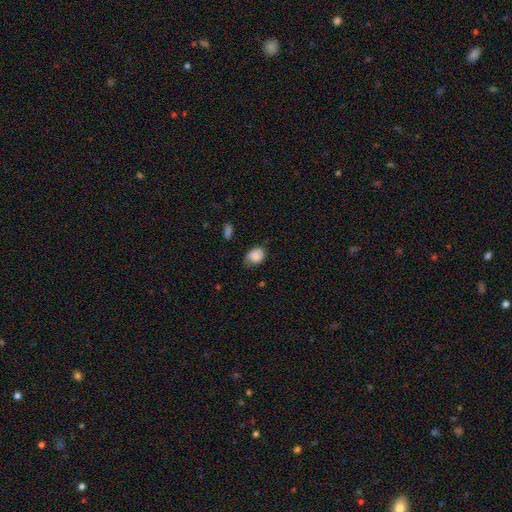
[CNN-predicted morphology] This is clearly a smooth galaxy (84%). How rounded: likely in between (67%). Merging: possibly none (53%).